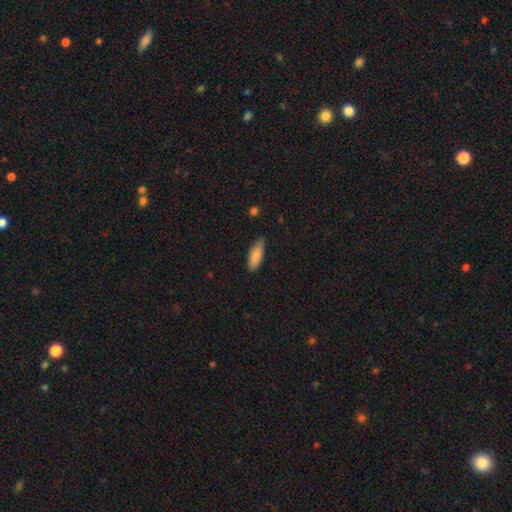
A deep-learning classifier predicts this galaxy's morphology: Smooth or featured? Predicted: smooth (p=0.87). How rounded? Predicted: in between (p=0.71). Merging? Predicted: none (p=0.73).